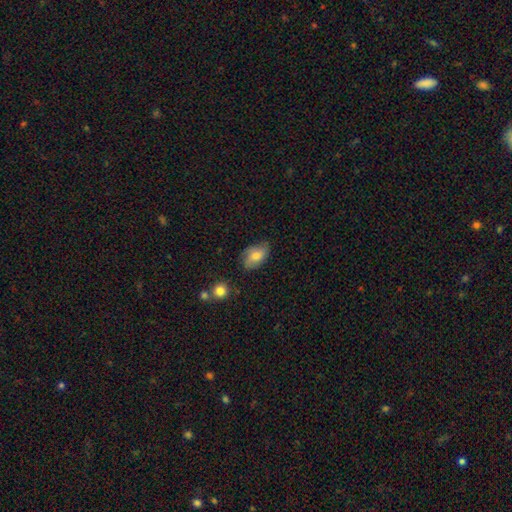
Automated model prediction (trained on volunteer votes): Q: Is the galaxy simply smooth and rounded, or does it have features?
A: smooth — 72%.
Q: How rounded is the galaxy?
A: in between — 88%.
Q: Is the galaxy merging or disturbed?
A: none — 68%.